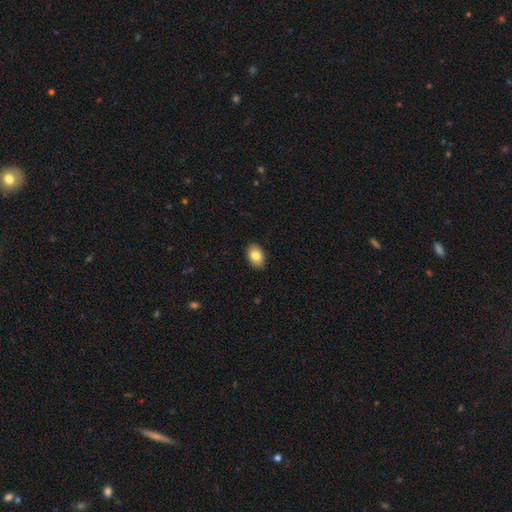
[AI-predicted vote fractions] A smooth galaxy with no disk features (83%) that is in between round and cigar-shaped (84%). Merging: none (90%).